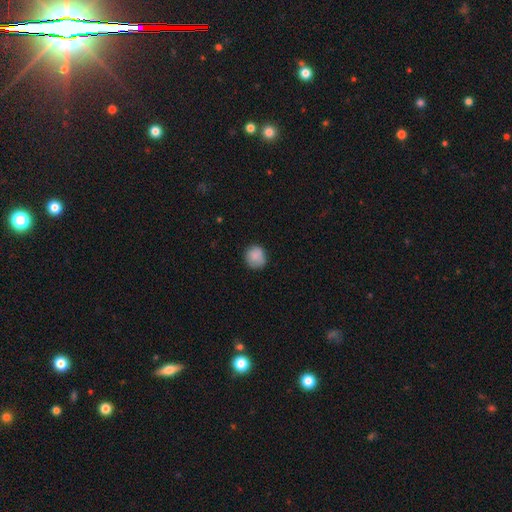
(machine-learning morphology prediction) This is clearly a smooth galaxy (86%). How rounded: clearly round (86%). Merging: likely none (77%).